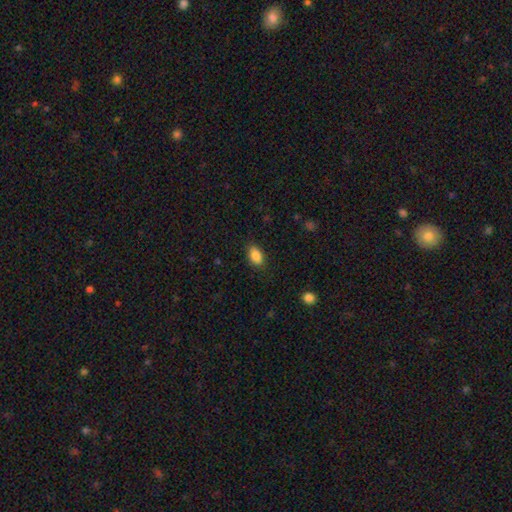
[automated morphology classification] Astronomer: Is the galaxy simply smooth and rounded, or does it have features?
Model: smooth — 88%.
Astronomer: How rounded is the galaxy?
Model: in between — 91%.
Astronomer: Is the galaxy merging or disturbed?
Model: none — 86%.